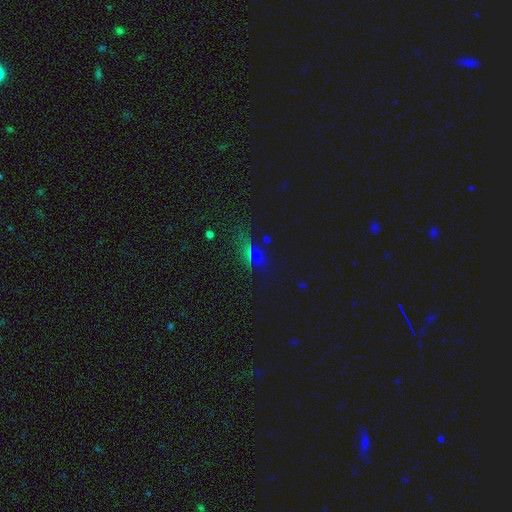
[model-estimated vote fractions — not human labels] smooth-or-featured: star or artifact: 46% | smooth: 43% | featured or disk: 11%